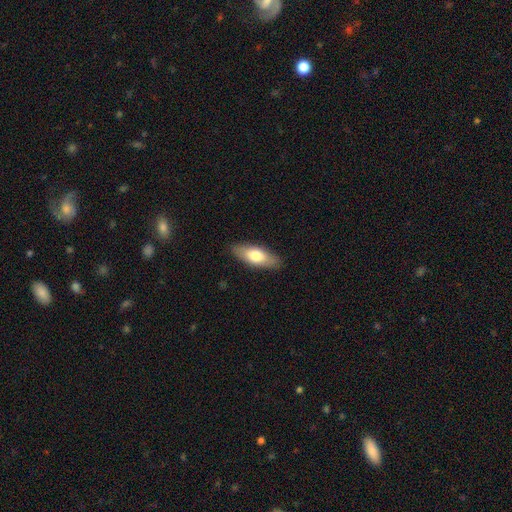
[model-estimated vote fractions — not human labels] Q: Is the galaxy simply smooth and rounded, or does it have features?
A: smooth — 70%.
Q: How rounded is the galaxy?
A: in between — 71%.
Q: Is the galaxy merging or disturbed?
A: none — 87%.